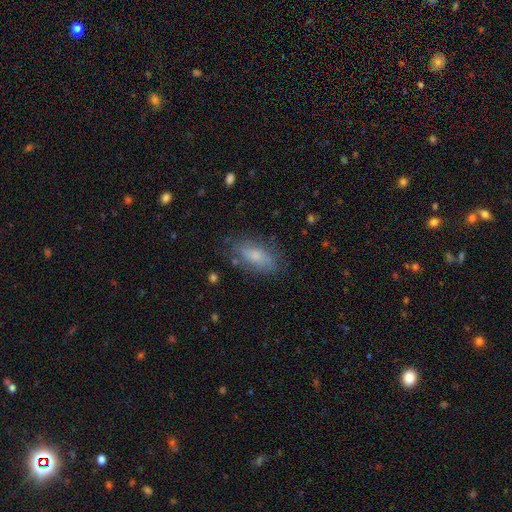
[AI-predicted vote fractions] Smooth or featured? Predicted: smooth (p=0.70). How rounded? Predicted: in between (p=0.83). Merging? Predicted: none (p=0.74).